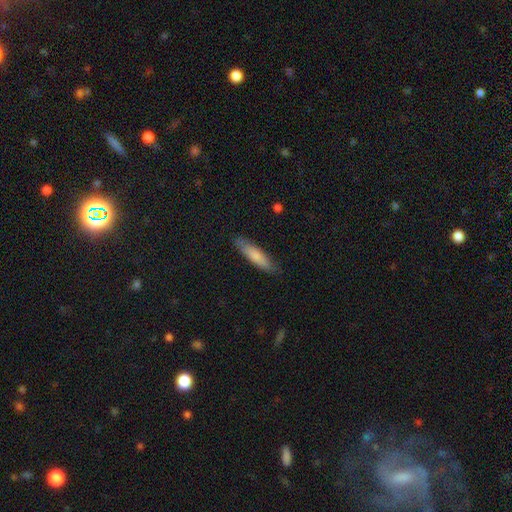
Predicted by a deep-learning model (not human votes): smooth_or_featured: smooth (p=0.76) [alt: featured or disk p=0.19]
how_rounded: cigar-shaped (p=0.72) [alt: in between p=0.27]
merging: none (p=0.82) [alt: minor disturbance p=0.14]